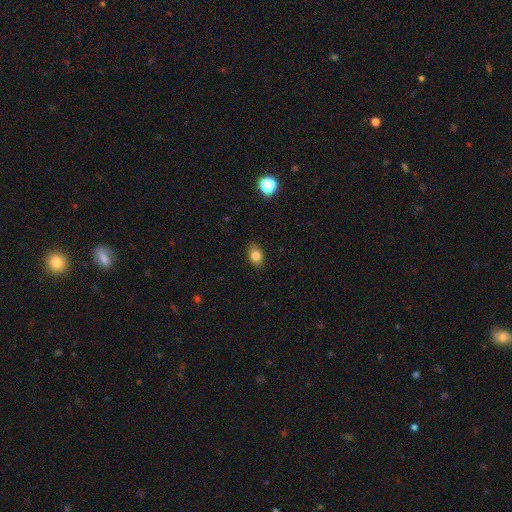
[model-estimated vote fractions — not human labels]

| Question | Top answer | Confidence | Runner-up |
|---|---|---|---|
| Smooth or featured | smooth | 81% | star or artifact (10%) |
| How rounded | in between | 75% | round (23%) |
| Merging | none | 85% | minor disturbance (12%) |